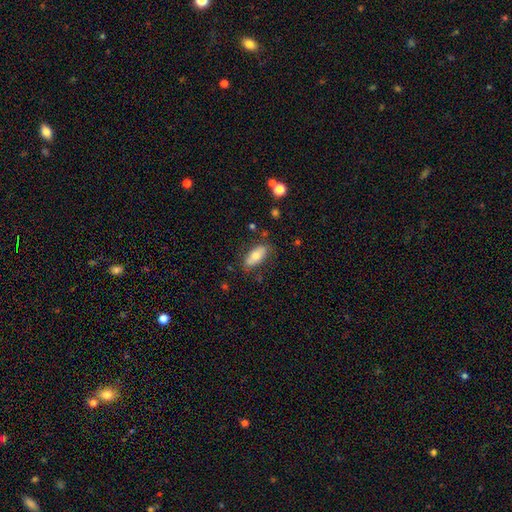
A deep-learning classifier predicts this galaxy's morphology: A smooth galaxy with no disk features (69%) that is in between round and cigar-shaped (84%). Merging: none (77%).